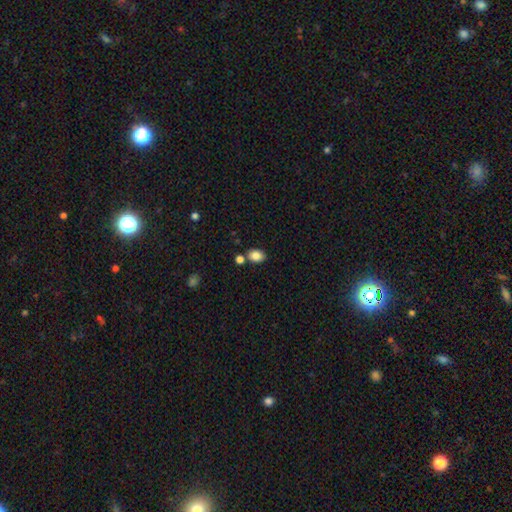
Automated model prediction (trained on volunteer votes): This appears to be a smooth galaxy with no disk features (84%) that is in between round and cigar-shaped (70%). Merging: none (72%).